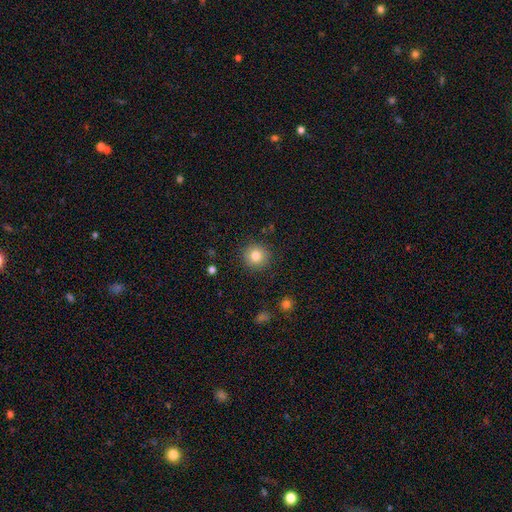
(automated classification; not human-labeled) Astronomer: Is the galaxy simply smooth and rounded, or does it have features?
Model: smooth — 83%.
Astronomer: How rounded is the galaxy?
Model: round — 93%.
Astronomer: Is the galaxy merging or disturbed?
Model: none — 90%.